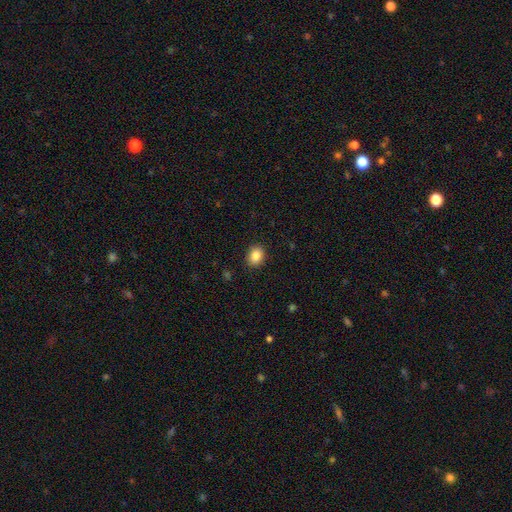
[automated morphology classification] type=smooth (86%); roundness=round (50%); merging=none (90%).